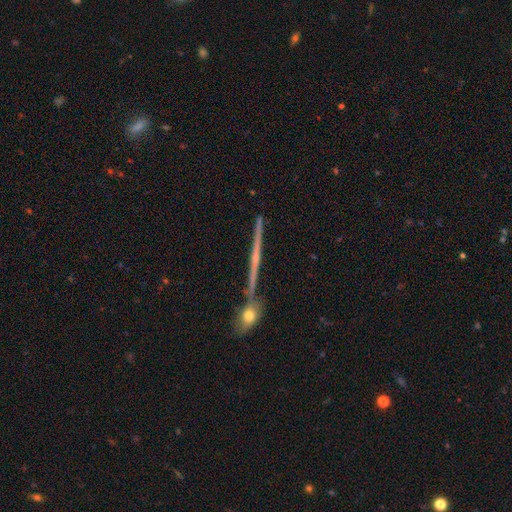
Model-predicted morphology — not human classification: smooth_or_featured: featured or disk (p=0.77) [alt: smooth p=0.16]
disk_edge_on: yes (p=0.98) [alt: no p=0.02]
edge_on_bulge: rounded (p=0.46) [alt: none p=0.45]
merging: none (p=0.81) [alt: merger p=0.10]